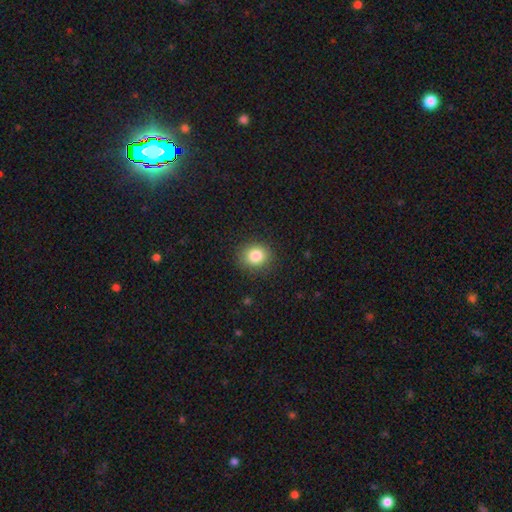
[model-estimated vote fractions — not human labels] A smooth galaxy with no disk features (84%) that is round (72%).

Vote fractions:
- Smooth or featured? smooth: 84% / star or artifact: 10% / featured or disk: 6%
- How rounded? round: 72% / in between: 27% / cigar-shaped: 1%
- Merging? none: 88% / minor disturbance: 9% / major disturbance: 3% / merger: 1%